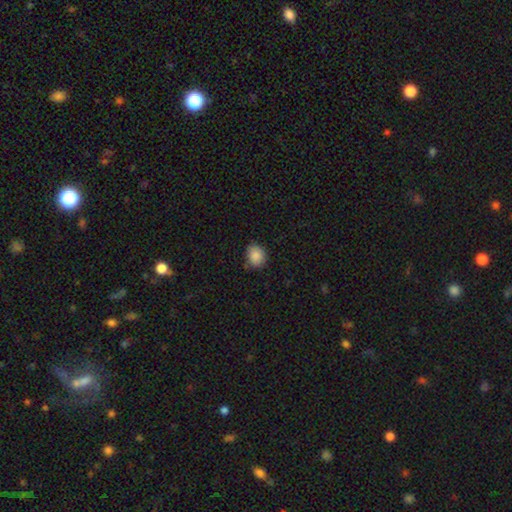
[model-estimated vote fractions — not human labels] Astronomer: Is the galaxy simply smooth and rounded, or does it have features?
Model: smooth — 87%.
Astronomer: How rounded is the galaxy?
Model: round — 65%.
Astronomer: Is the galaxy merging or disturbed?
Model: none — 80%.